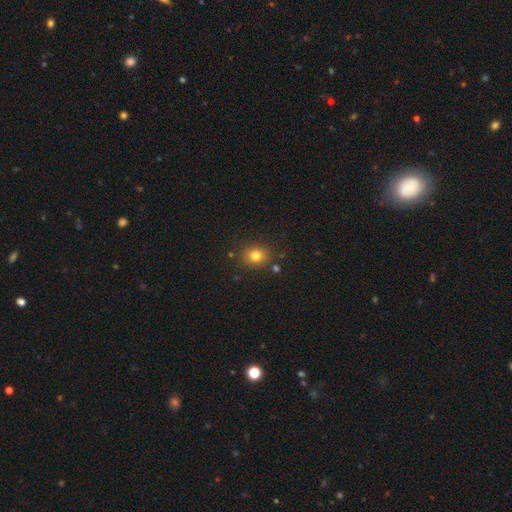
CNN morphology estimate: Smooth or featured?
  - smooth: 79% *
  - star or artifact: 13%
  - featured or disk: 8%
How rounded?
  - round: 70% *
  - in between: 29%
  - cigar-shaped: 1%
Merging?
  - none: 84% *
  - minor disturbance: 10%
  - merger: 4%
  - major disturbance: 3%